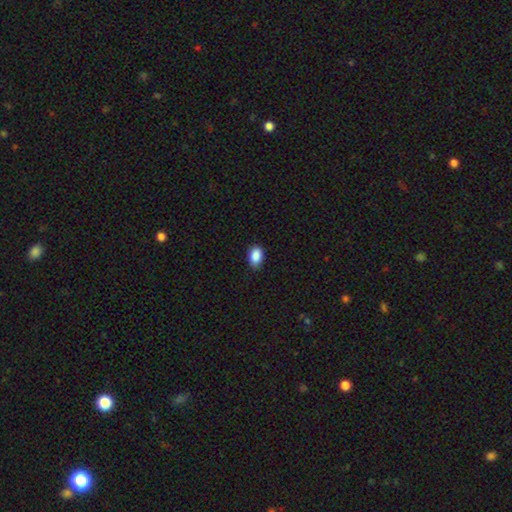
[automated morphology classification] Q: Smooth or featured?
A: smooth (89%); runner-up: star or artifact (8%)
Q: How rounded?
A: in between (89%); runner-up: round (10%)
Q: Merging?
A: none (83%); runner-up: minor disturbance (14%)